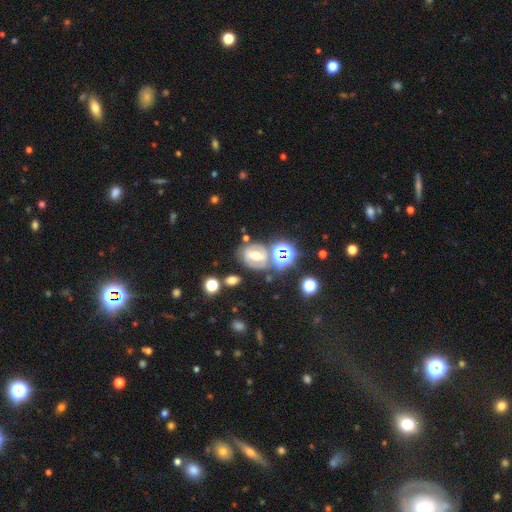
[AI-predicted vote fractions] smooth-or-featured: featured or disk: 57% | smooth: 26% | star or artifact: 17%
  disk-edge-on: no: 94% | yes: 6%
    bar: strong: 46% | weak: 33% | no: 20%
    has-spiral-arms: yes: 58% | no: 42%
    bulge-size: moderate: 71% | small: 16% | large: 10% | none: 2% | dominant: 2%
  merging: none: 64% | minor disturbance: 16% | merger: 13% | major disturbance: 8%